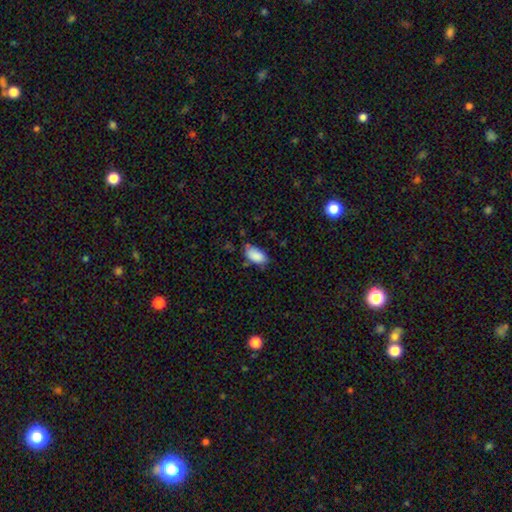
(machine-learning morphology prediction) The model was most divided on "merging": none: 64%, minor disturbance: 27%, major disturbance: 6%, merger: 3%. More confident: how rounded — in between (94%); smooth or featured — smooth (87%).